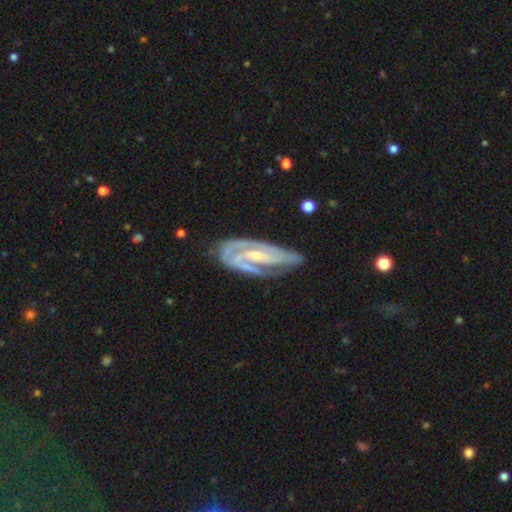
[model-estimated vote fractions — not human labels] The model was most divided on "bar": weak: 37%, no: 33%, strong: 30%. More confident: spiral arms — yes (98%); edge-on disk — no (95%); smooth or featured — featured or disk (91%); merging — none (70%); bulge size — small (66%); spiral arm count — 2 (66%); spiral winding — tight (59%).